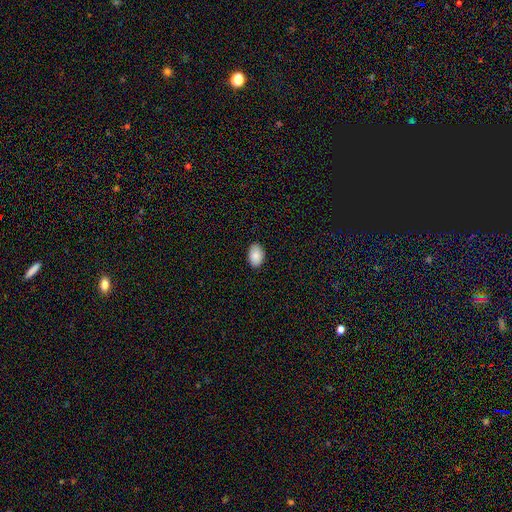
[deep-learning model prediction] Smooth or featured?
  - smooth: 89% *
  - star or artifact: 7%
  - featured or disk: 4%
How rounded?
  - in between: 91% *
  - round: 8%
  - cigar-shaped: 1%
Merging?
  - none: 89% *
  - minor disturbance: 8%
  - major disturbance: 2%
  - merger: 1%